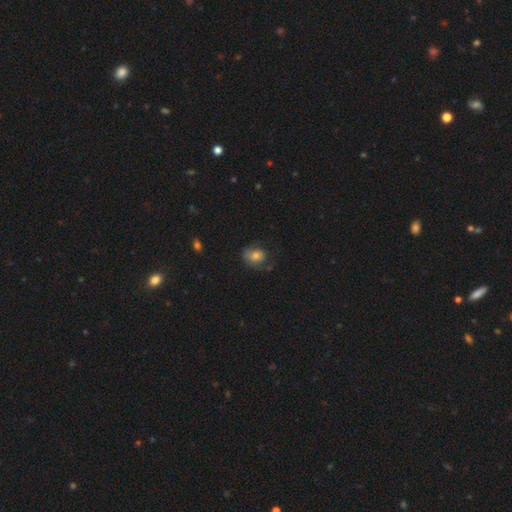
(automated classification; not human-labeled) Overall: smooth (67%). How rounded: in between (50%; round 49%). Merging: none (52%; minor disturbance 28%).